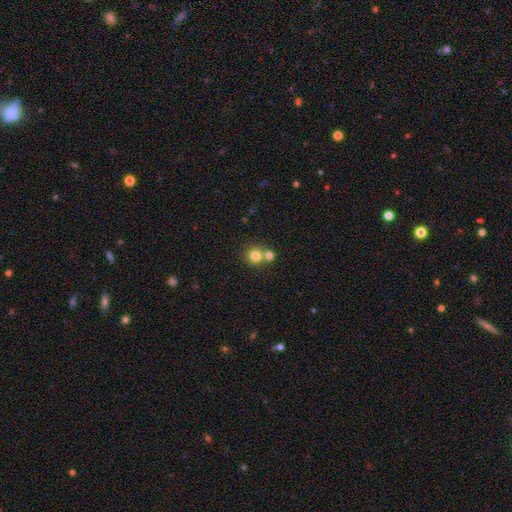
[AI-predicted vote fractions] Smooth or featured?
  - smooth: 79% *
  - star or artifact: 12%
  - featured or disk: 9%
How rounded?
  - round: 89% *
  - in between: 10%
  - cigar-shaped: 1%
Merging?
  - none: 54% *
  - merger: 37%
  - minor disturbance: 6%
  - major disturbance: 2%